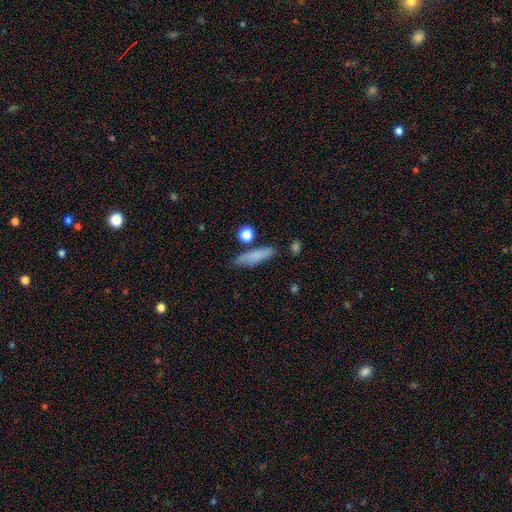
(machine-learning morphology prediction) smooth 79%, featured or disk 13%, star or artifact 8%. Down the decision tree: how rounded — cigar-shaped (75%); merging — none (78%).